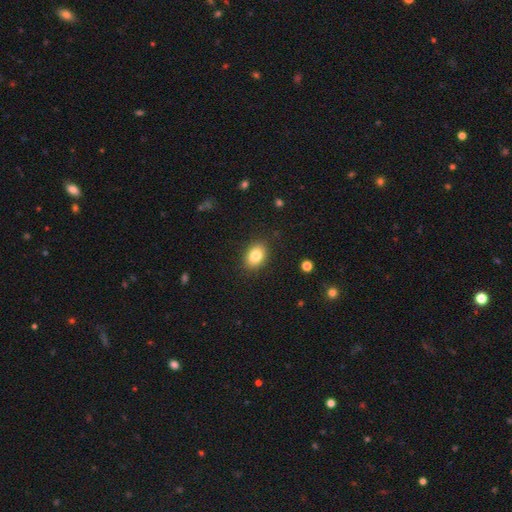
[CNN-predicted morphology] smooth_or_featured: smooth (p=0.83) [alt: star or artifact p=0.09]
how_rounded: in between (p=0.74) [alt: round p=0.25]
merging: none (p=0.88) [alt: minor disturbance p=0.08]